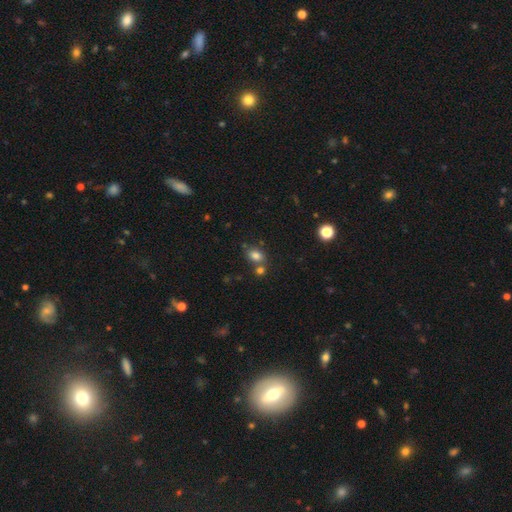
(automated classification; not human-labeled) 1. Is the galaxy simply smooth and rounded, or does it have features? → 80% smooth, 12% star or artifact, 8% featured or disk.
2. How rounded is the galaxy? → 68% in between, 30% round, 1% cigar-shaped.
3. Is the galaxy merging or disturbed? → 59% none, 25% merger, 12% minor disturbance, 4% major disturbance.